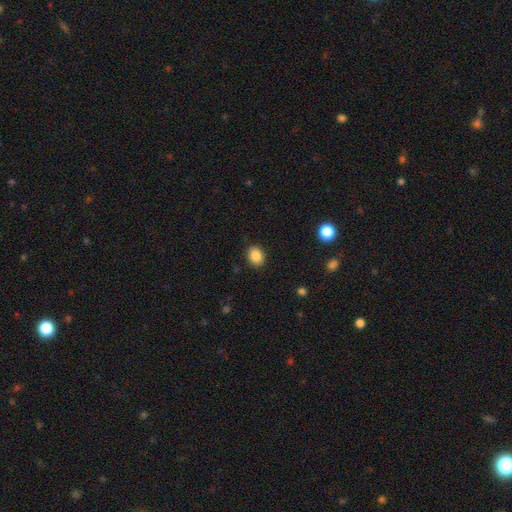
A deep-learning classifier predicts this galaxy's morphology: smooth-or-featured: smooth: 87% | star or artifact: 9% | featured or disk: 4%
  how-rounded: in between: 54% | round: 45% | cigar-shaped: 1%
  merging: none: 89% | minor disturbance: 8% | major disturbance: 2% | merger: 1%